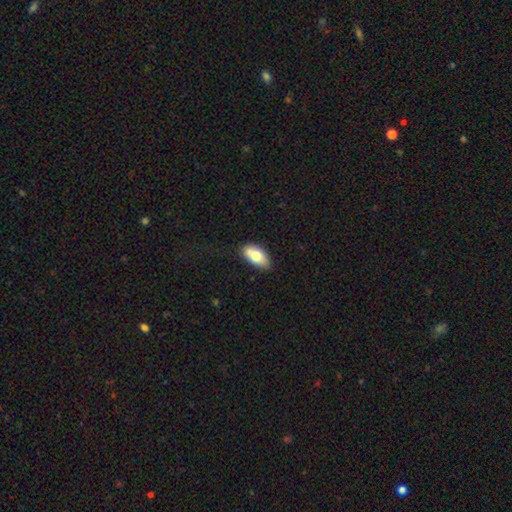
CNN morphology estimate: This appears to be a smooth galaxy with no disk features (69%) that is in between round and cigar-shaped (91%). Merging: none (61%).